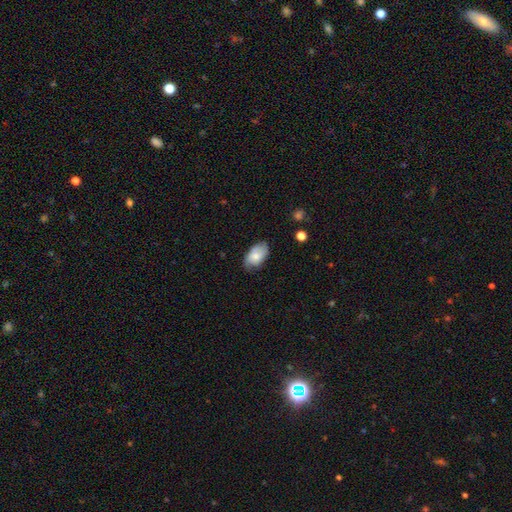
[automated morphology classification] type=smooth (72%); roundness=in between (93%); merging=none (66%).